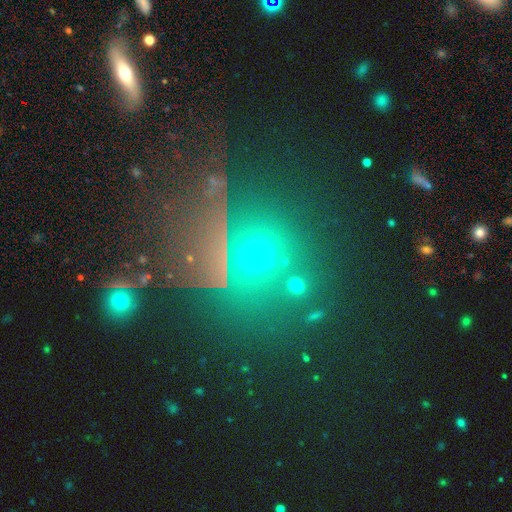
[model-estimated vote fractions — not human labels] This is possibly a star or artifact rather than a galaxy (49%).